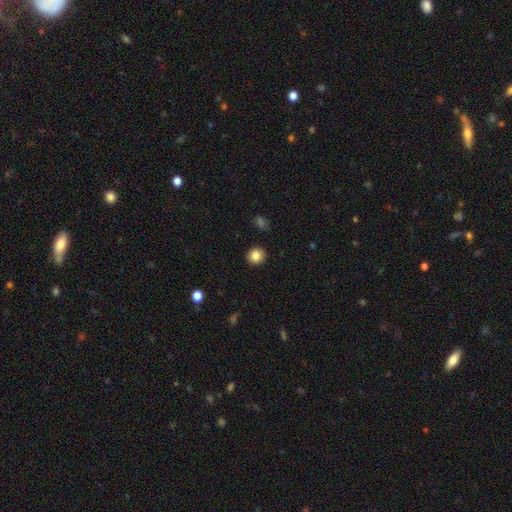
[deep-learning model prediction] The model was most divided on "smooth or featured": smooth: 85%, star or artifact: 10%, featured or disk: 6%. More confident: merging — none (91%); how rounded — round (87%).